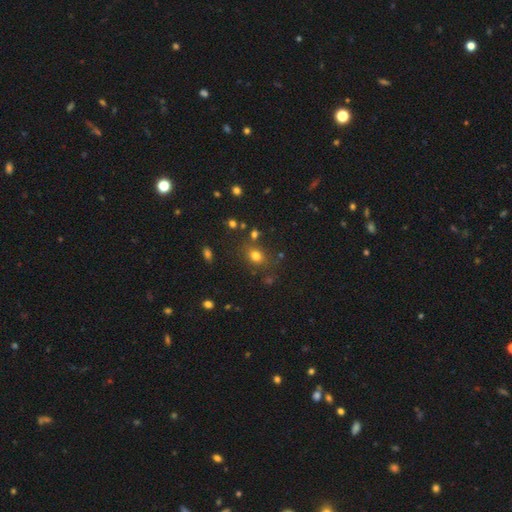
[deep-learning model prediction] Smooth or featured: smooth — 75% (star or artifact — 17%)
How rounded: round — 52% (in between — 47%)
Merging: none — 75% (minor disturbance — 13%)